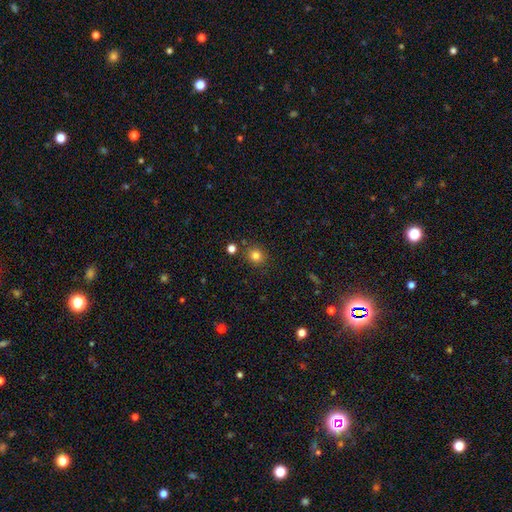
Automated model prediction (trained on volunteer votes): This is clearly a smooth galaxy (81%). How rounded: clearly round (86%). Merging: clearly none (85%).